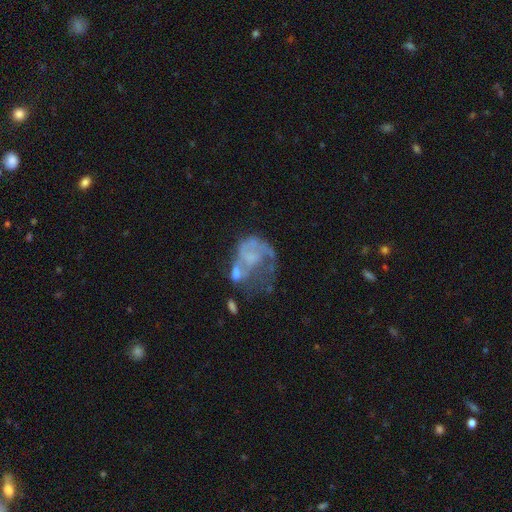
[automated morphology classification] This appears to be a featured or disk galaxy (61%) with no bar (83%), no spiral arms (73%) and no central bulge (63%). Merging: major disturbance (41%).